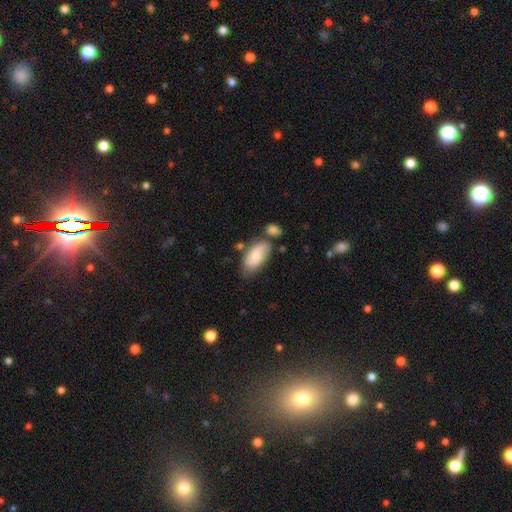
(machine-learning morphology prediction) Smooth or featured?
  - smooth: 73% *
  - featured or disk: 21%
  - star or artifact: 6%
How rounded?
  - in between: 92% *
  - cigar-shaped: 6%
  - round: 3%
Merging?
  - none: 57% *
  - minor disturbance: 23%
  - merger: 14%
  - major disturbance: 6%